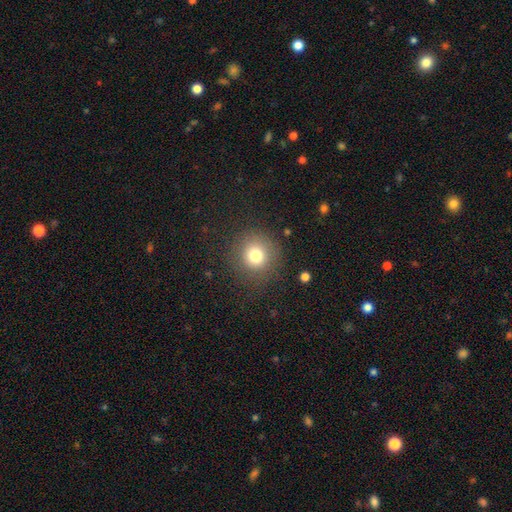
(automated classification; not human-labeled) Smooth or featured?
  - smooth: 78% *
  - star or artifact: 13%
  - featured or disk: 9%
How rounded?
  - round: 92% *
  - in between: 7%
  - cigar-shaped: 1%
Merging?
  - none: 84% *
  - minor disturbance: 9%
  - major disturbance: 5%
  - merger: 1%